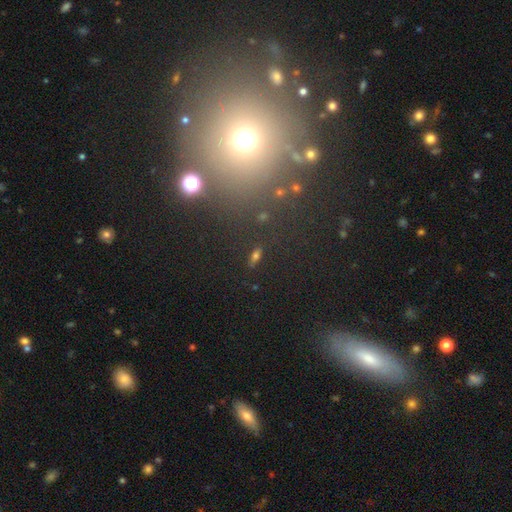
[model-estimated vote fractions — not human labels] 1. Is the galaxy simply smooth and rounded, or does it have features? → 54% smooth, 25% star or artifact, 21% featured or disk.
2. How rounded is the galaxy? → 66% in between, 22% cigar-shaped, 12% round.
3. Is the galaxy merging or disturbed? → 82% none, 10% minor disturbance, 4% major disturbance, 4% merger.